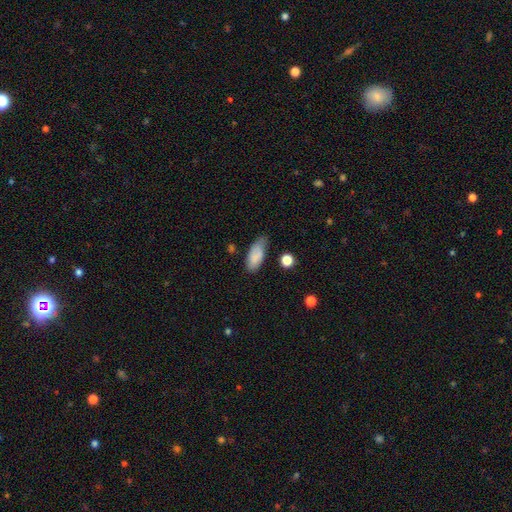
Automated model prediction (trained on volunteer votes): Q: Smooth or featured?
A: smooth (82%); runner-up: featured or disk (11%)
Q: How rounded?
A: in between (84%); runner-up: cigar-shaped (13%)
Q: Merging?
A: none (57%); runner-up: minor disturbance (32%)